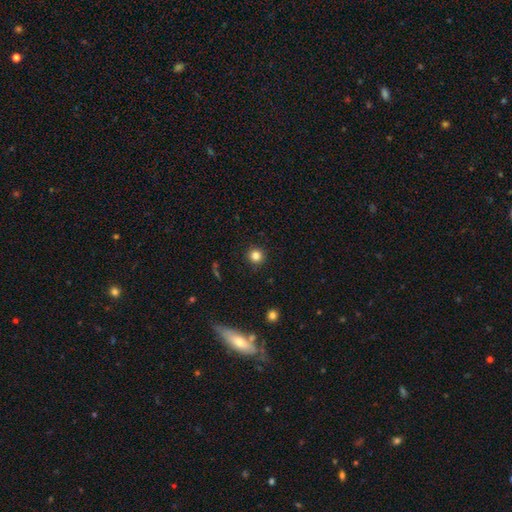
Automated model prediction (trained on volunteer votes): This is clearly a smooth galaxy (83%). How rounded: clearly round (95%). Merging: clearly none (92%).